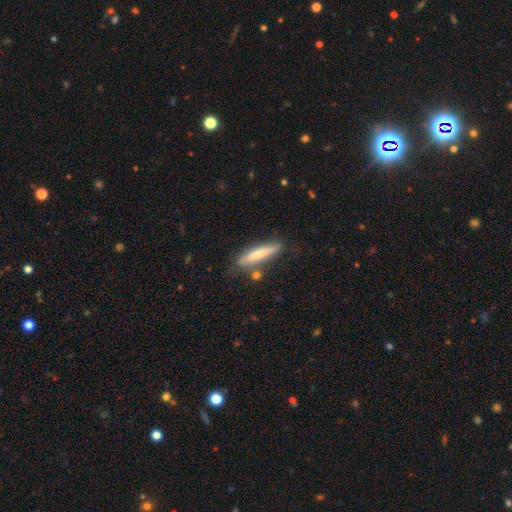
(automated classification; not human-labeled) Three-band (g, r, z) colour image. It shows a smooth galaxy with no disk features (61%) that is cigar-shaped (87%). Merging: none (78%).